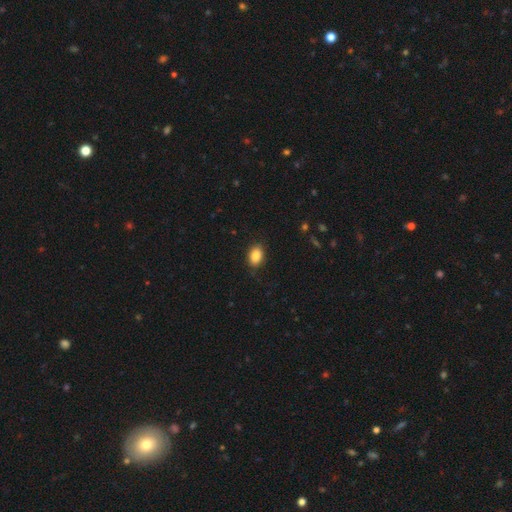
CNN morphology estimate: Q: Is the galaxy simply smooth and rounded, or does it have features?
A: smooth — 87%.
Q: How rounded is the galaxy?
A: in between — 85%.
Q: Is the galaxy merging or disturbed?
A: none — 86%.